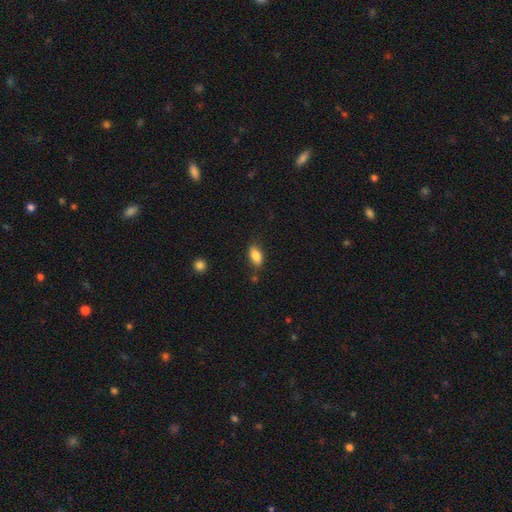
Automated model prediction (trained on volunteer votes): Smooth or featured: smooth — 85% (star or artifact — 8%)
How rounded: in between — 88% (cigar-shaped — 6%)
Merging: none — 77% (minor disturbance — 16%)